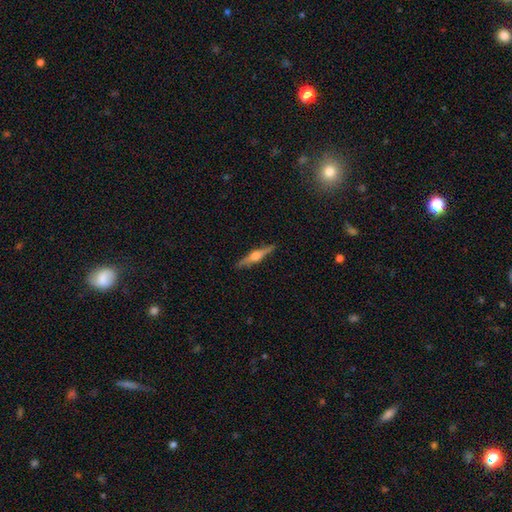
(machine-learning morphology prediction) Smooth or featured: featured or disk — 73% (smooth — 21%)
Edge-on disk: yes — 98% (no — 2%)
Edge-on bulge: rounded — 87% (boxy — 9%)
Merging: none — 89% (minor disturbance — 8%)